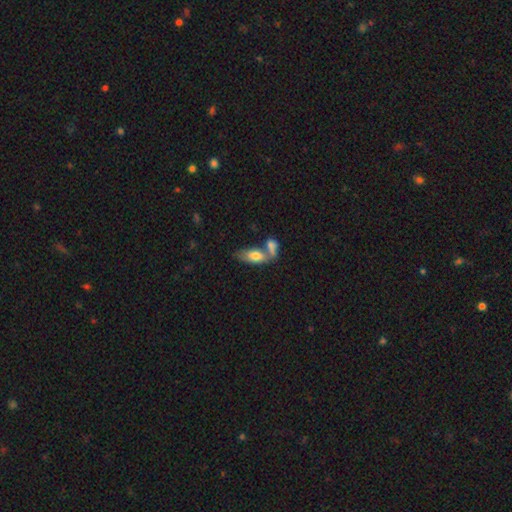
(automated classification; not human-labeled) Smooth or featured?
  - smooth: 72% *
  - featured or disk: 22%
  - star or artifact: 6%
How rounded?
  - in between: 83% *
  - cigar-shaped: 13%
  - round: 3%
Merging?
  - merger: 50% *
  - none: 32%
  - minor disturbance: 12%
  - major disturbance: 5%